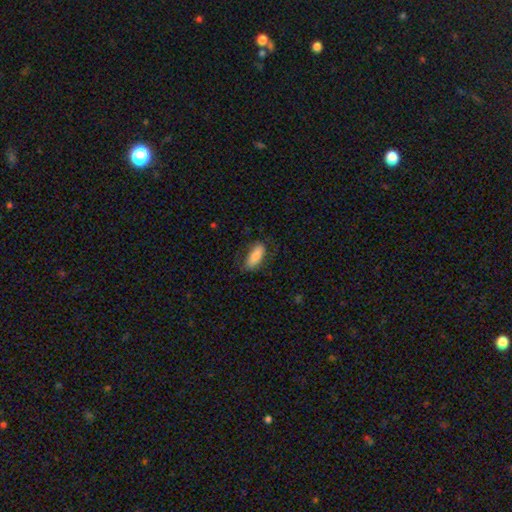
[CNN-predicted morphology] smooth 81%, featured or disk 13%, star or artifact 6%. Down the decision tree: how rounded — in between (77%); merging — none (74%).